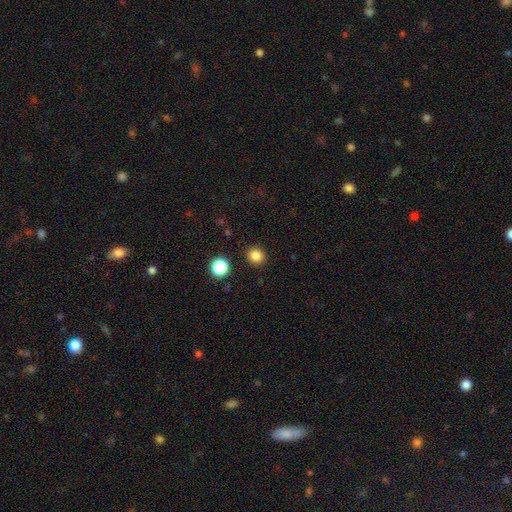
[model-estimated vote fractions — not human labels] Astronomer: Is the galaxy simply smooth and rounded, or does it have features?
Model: smooth — 83%.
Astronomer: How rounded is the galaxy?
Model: round — 90%.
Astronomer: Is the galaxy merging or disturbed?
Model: none — 91%.